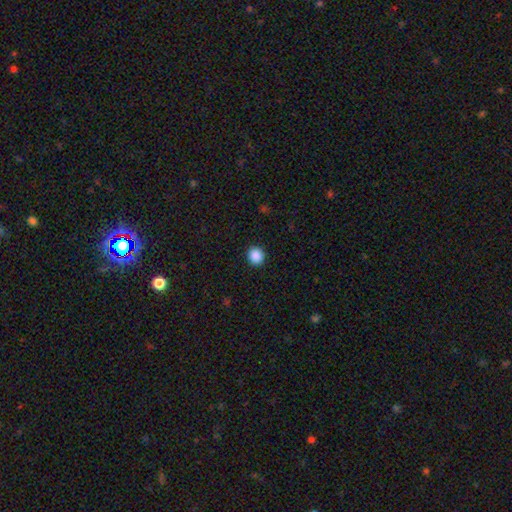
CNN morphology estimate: type=smooth (89%); roundness=round (86%); merging=none (92%).